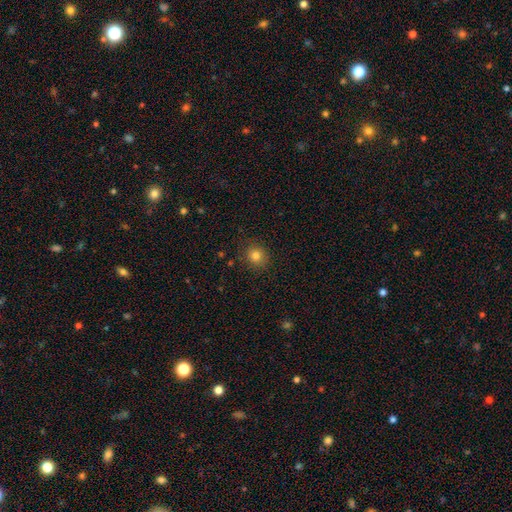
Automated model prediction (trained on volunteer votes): A smooth galaxy with no disk features (82%) that is round (85%). Merging: none (87%).